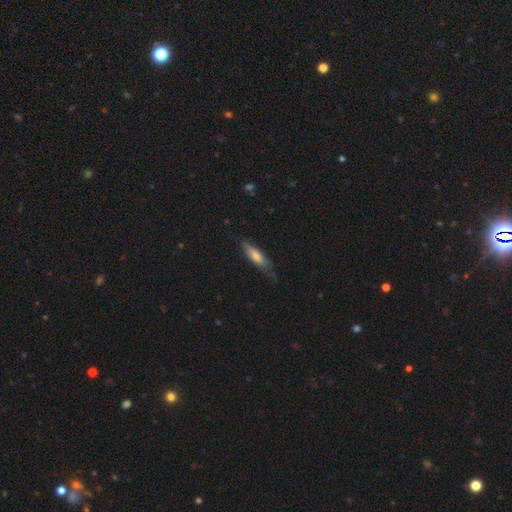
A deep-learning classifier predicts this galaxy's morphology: Q: Smooth or featured?
A: smooth (64%); runner-up: featured or disk (30%)
Q: How rounded?
A: cigar-shaped (63%); runner-up: in between (35%)
Q: Merging?
A: none (63%); runner-up: minor disturbance (27%)